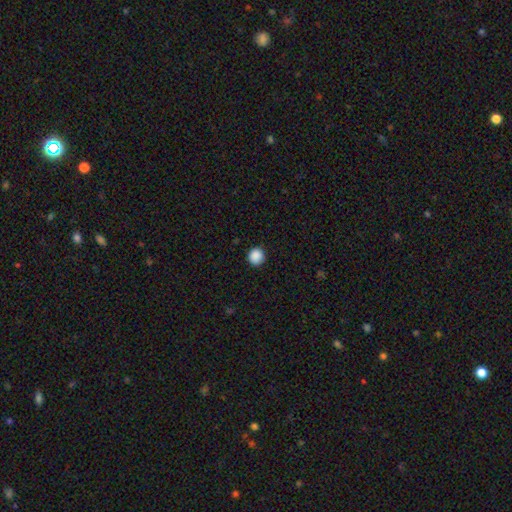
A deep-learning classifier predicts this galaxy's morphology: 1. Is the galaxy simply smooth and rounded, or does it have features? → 88% smooth, 9% star or artifact, 2% featured or disk.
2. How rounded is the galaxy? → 93% round, 6% in between, 1% cigar-shaped.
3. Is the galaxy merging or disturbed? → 91% none, 6% minor disturbance, 2% major disturbance, 1% merger.